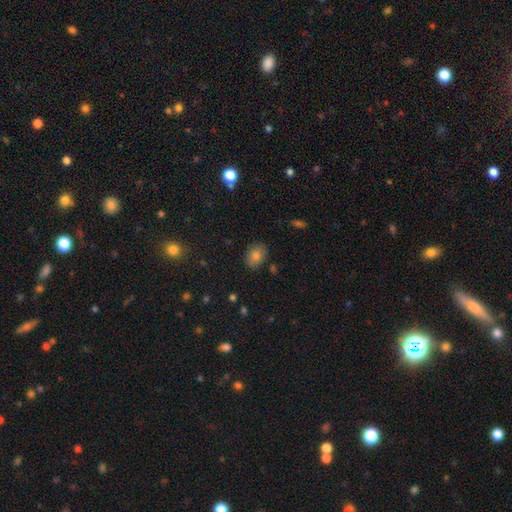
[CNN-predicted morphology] The model was most divided on "how rounded": in between: 63%, round: 36%, cigar-shaped: 1%. More confident: merging — none (84%); smooth or featured — smooth (79%).